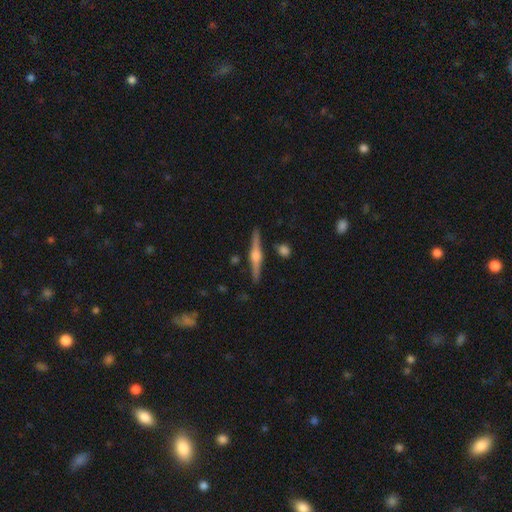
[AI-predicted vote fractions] Smooth or featured? featured or disk (82%)
Edge-on disk? yes (98%)
Edge-on bulge? rounded (91%)
Merging? none (90%)